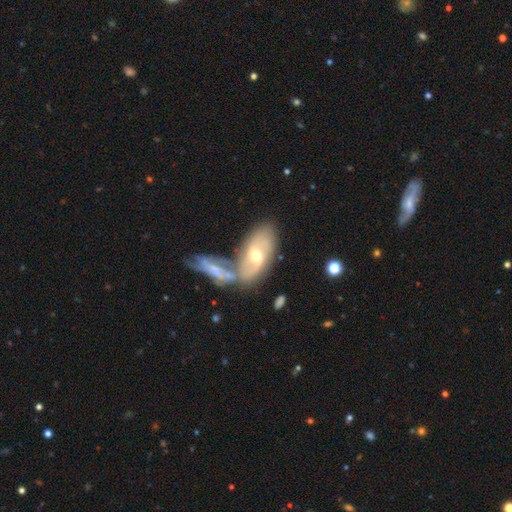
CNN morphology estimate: featured or disk 62%, smooth 31%, star or artifact 7%. Down the decision tree: edge-on disk — no (87%); bar — no (54%); spiral arms — yes (71%); bulge size — moderate (59%); merging — merger (46%).